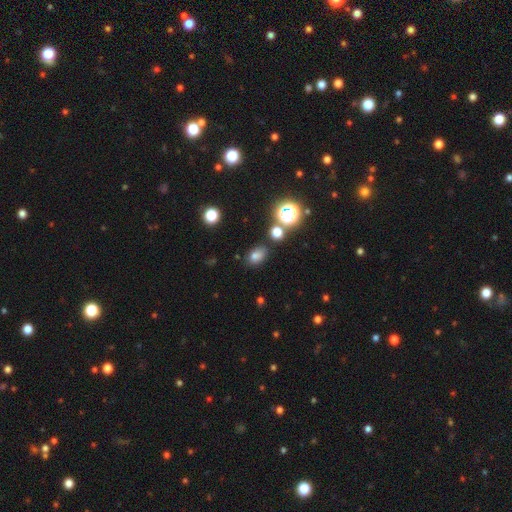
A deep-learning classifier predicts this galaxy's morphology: smooth-or-featured: smooth: 72% | star or artifact: 21% | featured or disk: 7%
  how-rounded: in between: 75% | round: 24% | cigar-shaped: 2%
  merging: none: 78% | minor disturbance: 12% | merger: 6% | major disturbance: 4%